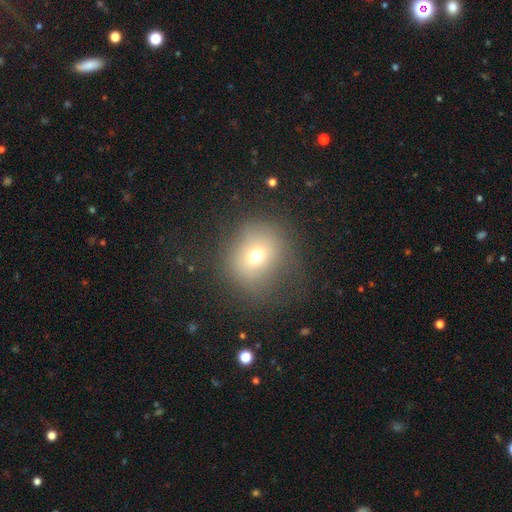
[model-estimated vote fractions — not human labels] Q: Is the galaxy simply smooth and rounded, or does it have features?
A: smooth — 67%.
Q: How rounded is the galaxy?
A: round — 79%.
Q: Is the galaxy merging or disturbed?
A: none — 64%.